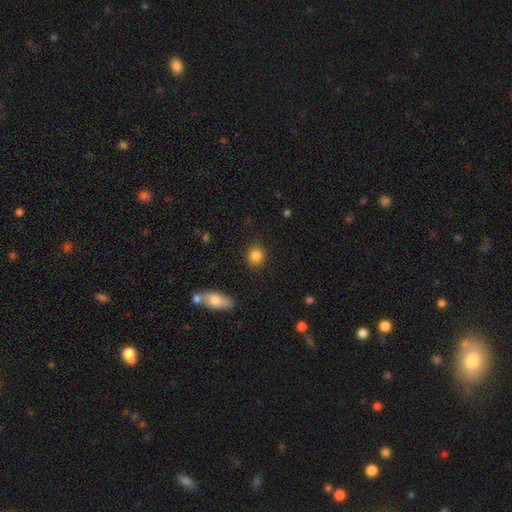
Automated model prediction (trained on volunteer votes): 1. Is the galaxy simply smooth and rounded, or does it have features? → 86% smooth, 9% star or artifact, 6% featured or disk.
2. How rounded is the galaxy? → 80% round, 19% in between, 2% cigar-shaped.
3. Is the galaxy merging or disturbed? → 90% none, 6% minor disturbance, 2% major disturbance, 2% merger.